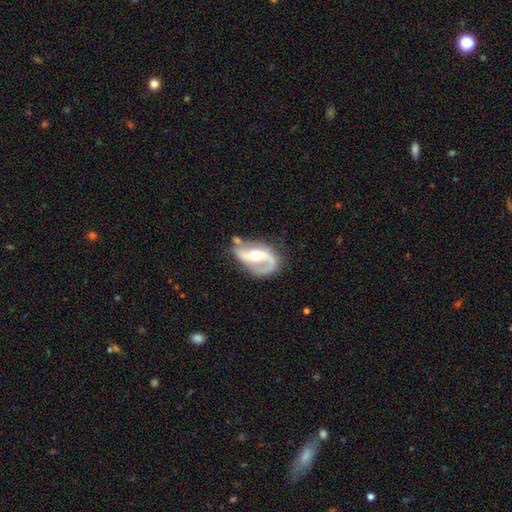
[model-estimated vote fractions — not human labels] This is clearly a featured or disk galaxy (85%). It is clearly not viewed edge-on (96%). Bar: marginally weak (36%). Spiral arm pattern: clearly yes (91%). Spiral arm count: likely 2 (72%). Spiral winding: marginally loose (44%). Central bulge: likely moderate (67%). Merging: possibly none (56%).